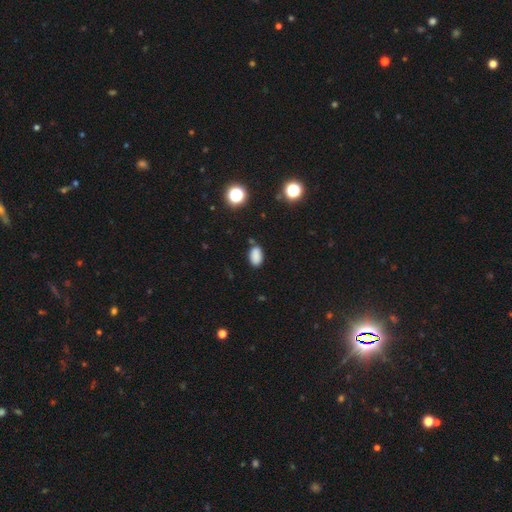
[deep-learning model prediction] The model was most divided on "merging": none: 78%, minor disturbance: 16%, merger: 3%, major disturbance: 3%. More confident: how rounded — in between (90%); smooth or featured — smooth (84%).